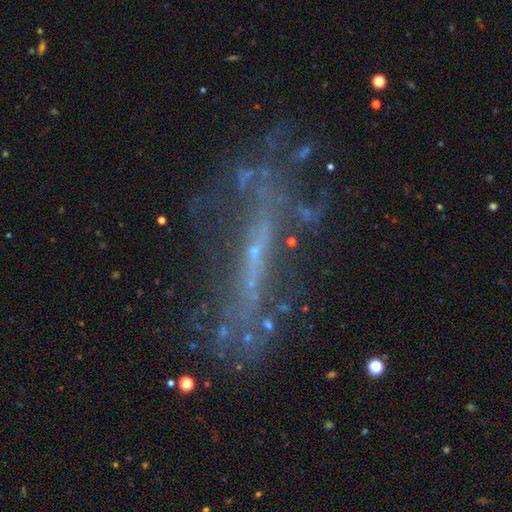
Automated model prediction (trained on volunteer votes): smooth-or-featured: featured or disk: 70% | star or artifact: 16% | smooth: 14%
  disk-edge-on: no: 60% | yes: 40%
  merging: none: 57% | minor disturbance: 20% | major disturbance: 18% | merger: 5%